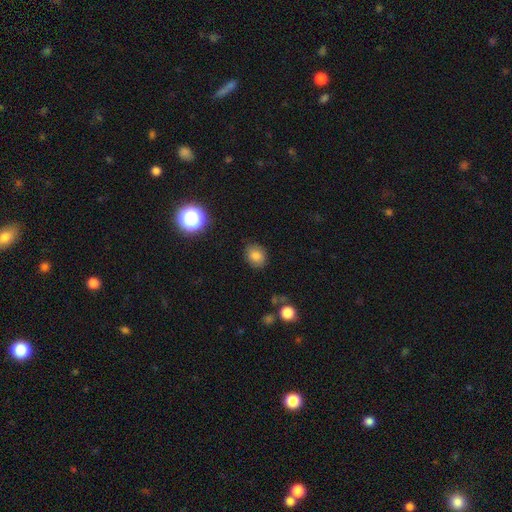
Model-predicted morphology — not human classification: Smooth or featured? Predicted: smooth (p=0.81). How rounded? Predicted: in between (p=0.50). Merging? Predicted: none (p=0.84).